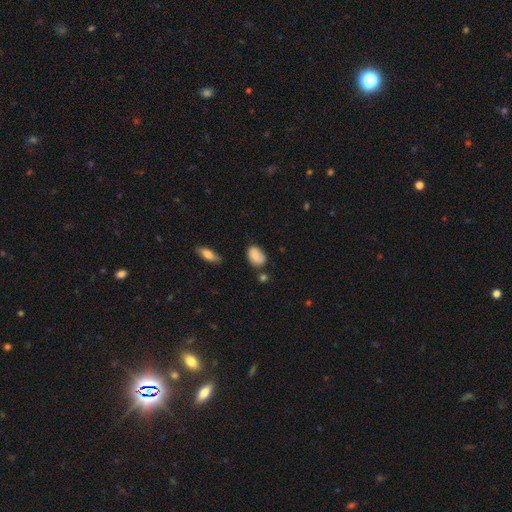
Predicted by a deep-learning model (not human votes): smooth-or-featured: smooth: 85% | star or artifact: 8% | featured or disk: 8%
  how-rounded: in between: 86% | round: 13% | cigar-shaped: 2%
  merging: none: 68% | minor disturbance: 22% | merger: 6% | major disturbance: 4%